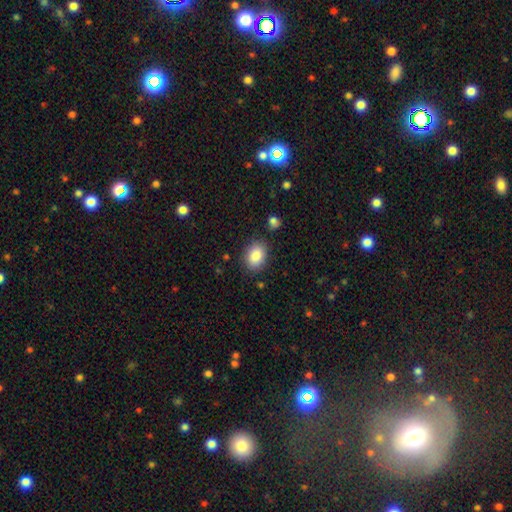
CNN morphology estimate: This appears to be a smooth galaxy with no disk features (87%) that is in between round and cigar-shaped (77%). Merging: none (82%).